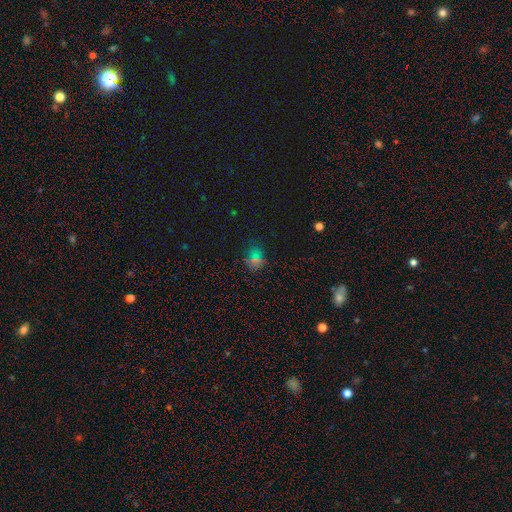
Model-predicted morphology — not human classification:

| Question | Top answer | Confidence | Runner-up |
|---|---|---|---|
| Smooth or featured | smooth | 50% | star or artifact (41%) |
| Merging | none | 76% | minor disturbance (15%) |